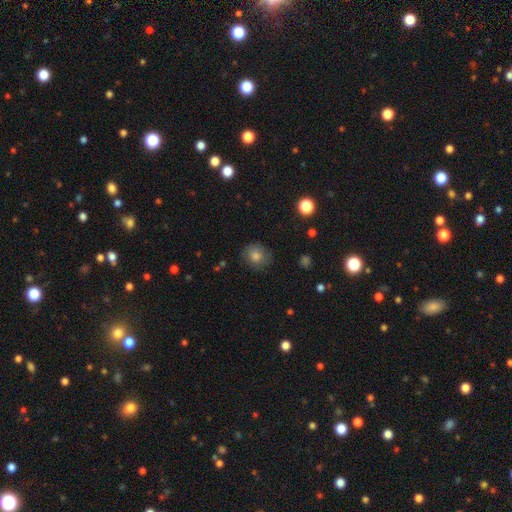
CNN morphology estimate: smooth_or_featured: smooth (p=0.77) [alt: star or artifact p=0.12]
how_rounded: round (p=0.83) [alt: in between p=0.16]
merging: none (p=0.82) [alt: minor disturbance p=0.13]